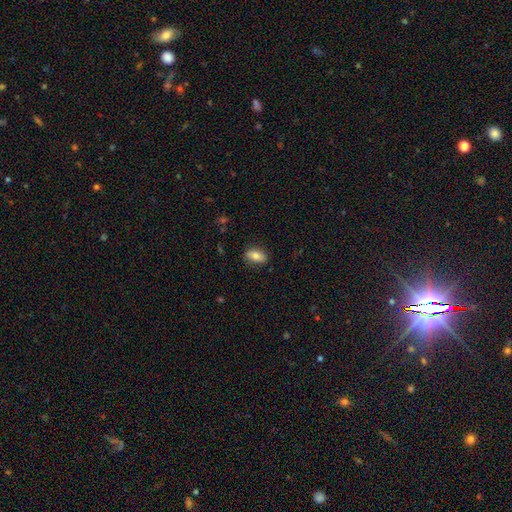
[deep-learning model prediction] Overall: smooth (79%). How rounded: in between (88%). Merging: none (84%).